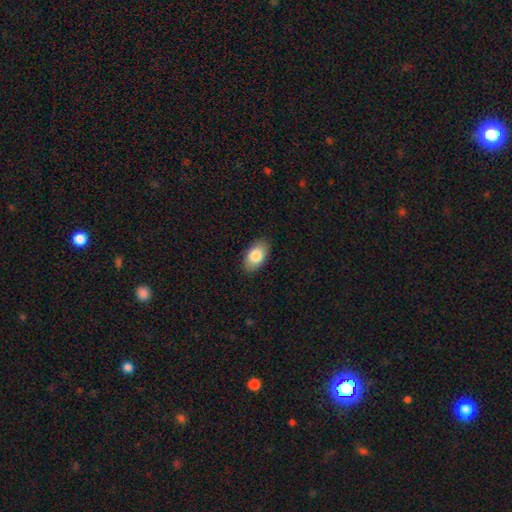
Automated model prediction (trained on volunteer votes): Overall: smooth (83%). How rounded: in between (93%). Merging: none (87%).